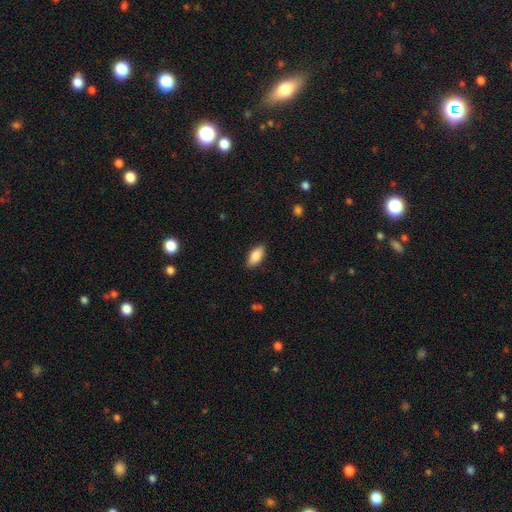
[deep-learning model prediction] smooth-or-featured: smooth: 85% | featured or disk: 8% | star or artifact: 6%
  how-rounded: in between: 89% | cigar-shaped: 8% | round: 2%
  merging: none: 88% | minor disturbance: 9% | major disturbance: 2% | merger: 1%